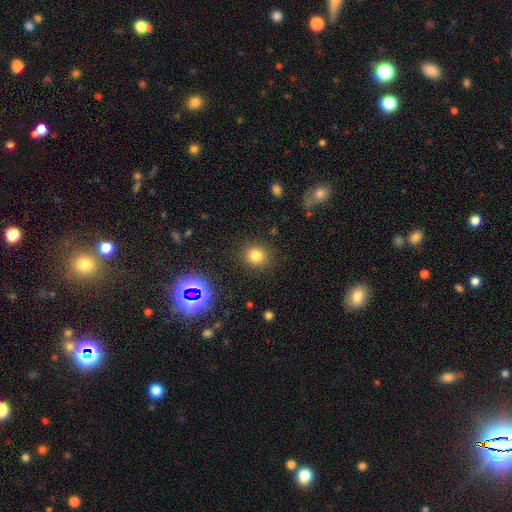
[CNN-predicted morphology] This is likely a smooth galaxy (77%). How rounded: clearly round (87%). Merging: clearly none (89%).